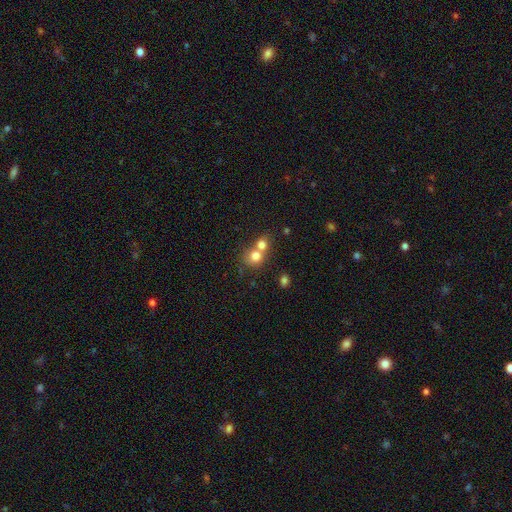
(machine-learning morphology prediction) Q: Smooth or featured?
A: smooth (76%); runner-up: featured or disk (13%)
Q: How rounded?
A: round (78%); runner-up: in between (21%)
Q: Merging?
A: merger (58%); runner-up: none (33%)